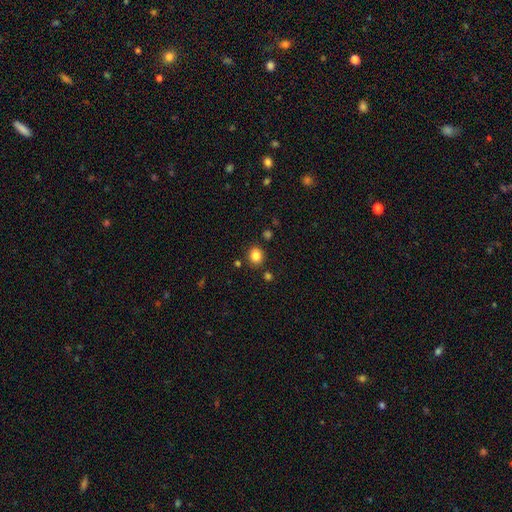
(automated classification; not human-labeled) smooth 83%, star or artifact 11%, featured or disk 6%. Down the decision tree: how rounded — round (73%); merging — none (85%).